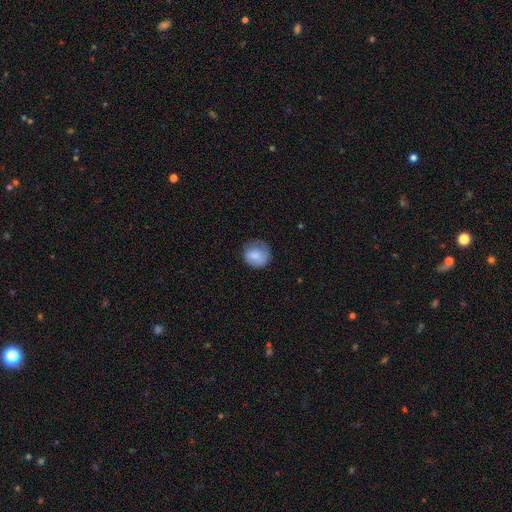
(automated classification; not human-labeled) Smooth or featured? Predicted: smooth (p=0.75). How rounded? Predicted: round (p=0.87). Merging? Predicted: none (p=0.65).